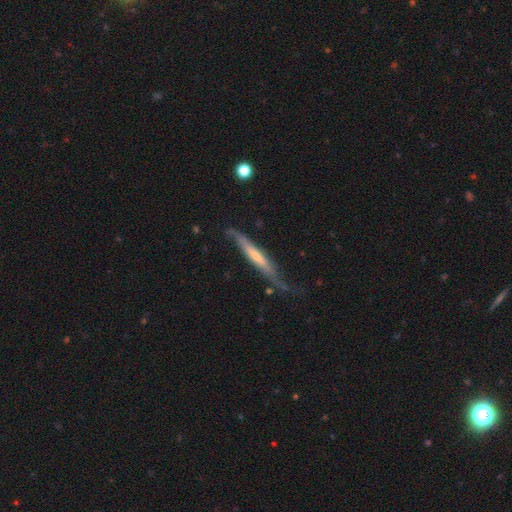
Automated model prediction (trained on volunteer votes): Q: Smooth or featured?
A: featured or disk (64%); runner-up: smooth (30%)
Q: Edge-on disk?
A: yes (78%); runner-up: no (22%)
Q: Merging?
A: none (51%); runner-up: minor disturbance (30%)